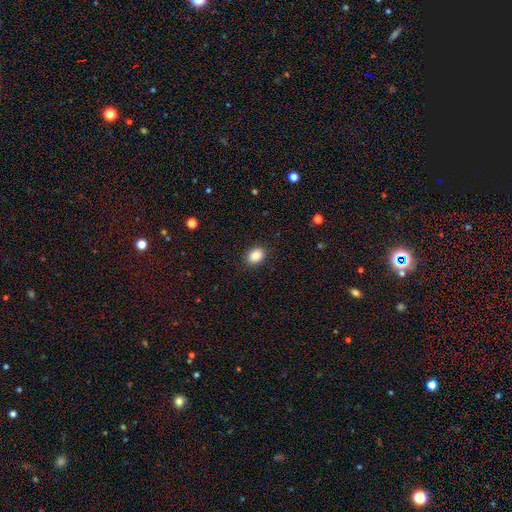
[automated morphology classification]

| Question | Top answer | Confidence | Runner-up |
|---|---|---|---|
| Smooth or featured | smooth | 88% | star or artifact (8%) |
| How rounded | in between | 70% | round (29%) |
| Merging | none | 88% | minor disturbance (8%) |